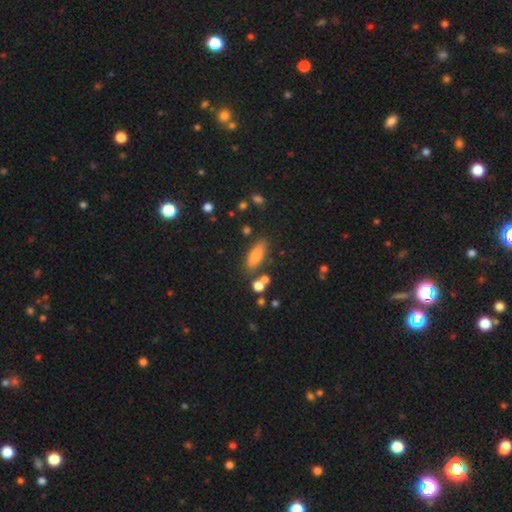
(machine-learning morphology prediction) smooth 73%, featured or disk 18%, star or artifact 9%. Down the decision tree: how rounded — in between (64%); merging — none (76%).